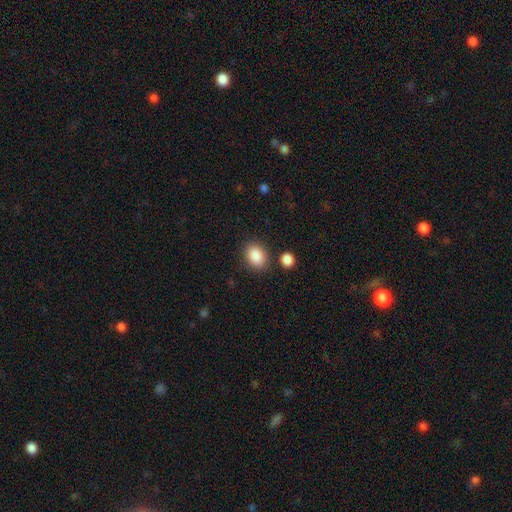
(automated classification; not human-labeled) smooth_or_featured: smooth (p=0.88) [alt: star or artifact p=0.08]
how_rounded: in between (p=0.69) [alt: round p=0.30]
merging: none (p=0.81) [alt: minor disturbance p=0.11]